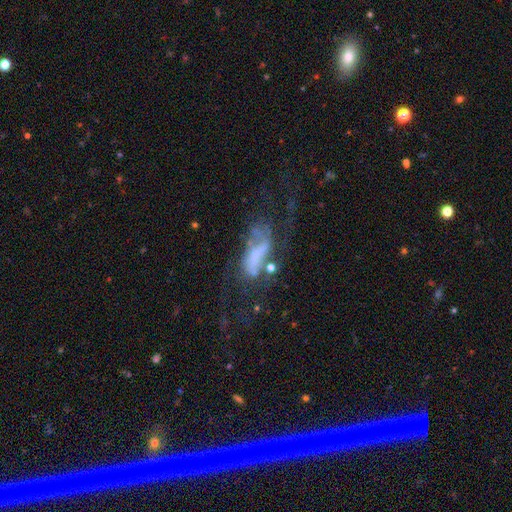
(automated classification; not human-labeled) This is likely a featured or disk galaxy (62%). It is clearly not viewed edge-on (88%). Bar: possibly no (49%). Spiral arm pattern: likely yes (61%). Central bulge: marginally none (44%). Merging: marginally major disturbance (40%).